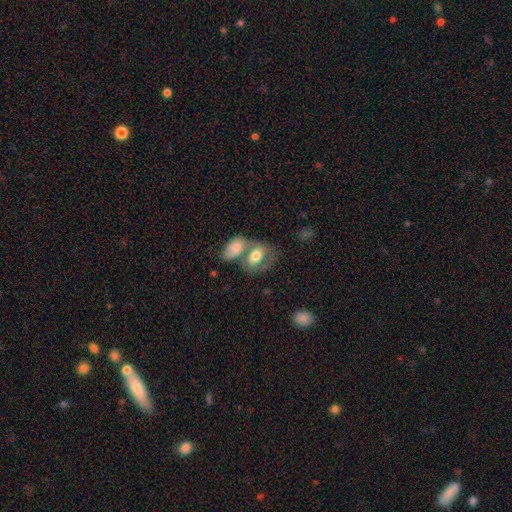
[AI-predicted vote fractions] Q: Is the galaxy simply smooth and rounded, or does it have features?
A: smooth — 58%.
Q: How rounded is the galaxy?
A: in between — 81%.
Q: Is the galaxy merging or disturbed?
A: merger — 52%.